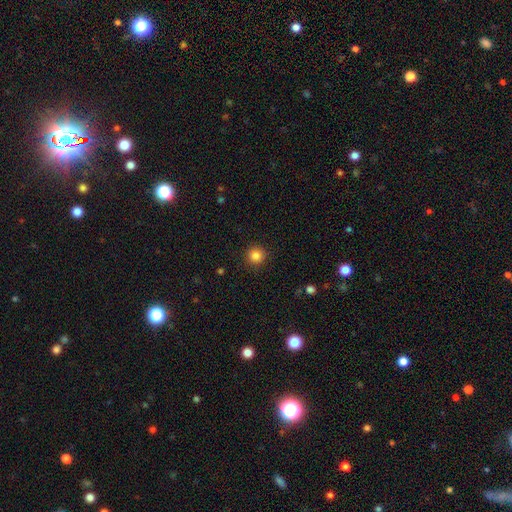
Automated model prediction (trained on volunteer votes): Morphology: type=smooth (85%); roundness=round (94%); merging=none (90%).